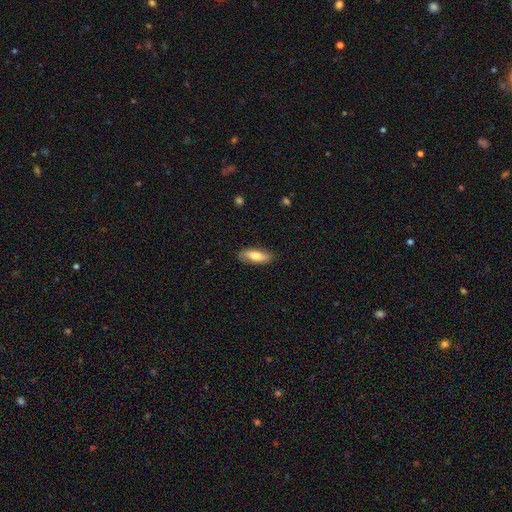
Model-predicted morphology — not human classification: smooth-or-featured: smooth: 71% | featured or disk: 23% | star or artifact: 6%
  how-rounded: in between: 63% | cigar-shaped: 34% | round: 3%
  merging: none: 86% | minor disturbance: 11% | major disturbance: 2% | merger: 1%